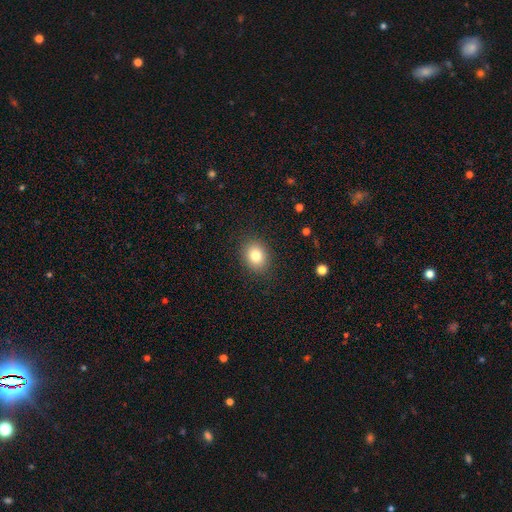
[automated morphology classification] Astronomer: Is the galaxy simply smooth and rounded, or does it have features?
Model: smooth — 82%.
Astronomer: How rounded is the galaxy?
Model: round — 52% (runner-up: in between, 47%).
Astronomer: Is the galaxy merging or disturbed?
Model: none — 88%.